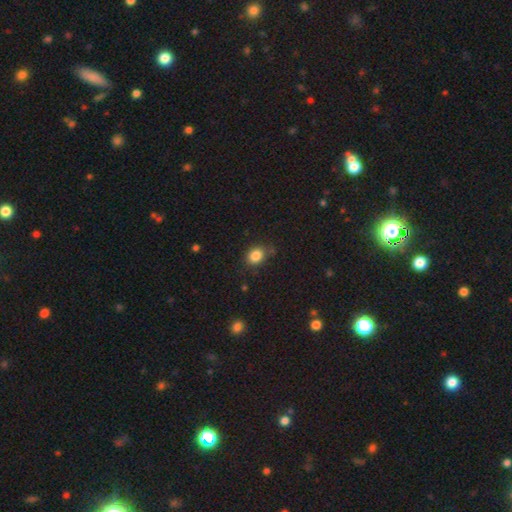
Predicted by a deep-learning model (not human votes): smooth 85%, star or artifact 10%, featured or disk 5%. Down the decision tree: how rounded — in between (54%); merging — none (79%).